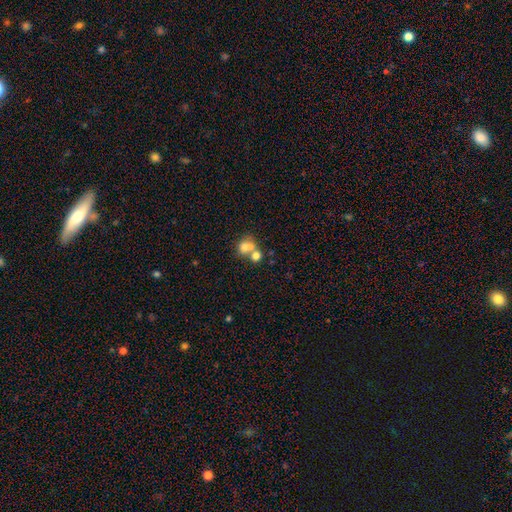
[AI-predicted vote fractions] This appears to be a smooth galaxy with no disk features (69%) that is round (55%). Merging: merger (62%).